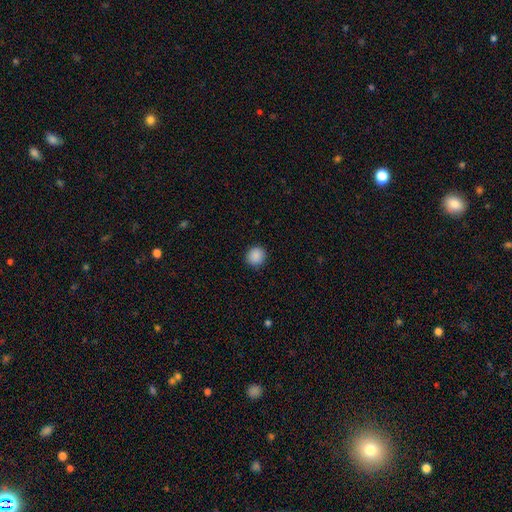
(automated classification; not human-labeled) A smooth galaxy with no disk features (89%) that is round (89%).

Vote fractions:
- Smooth or featured? smooth: 89% / star or artifact: 9% / featured or disk: 3%
- How rounded? round: 89% / in between: 10% / cigar-shaped: 1%
- Merging? none: 91% / minor disturbance: 6% / major disturbance: 2% / merger: 1%